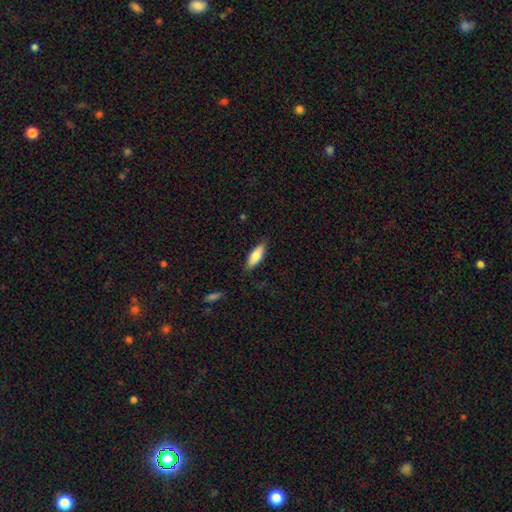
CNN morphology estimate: A smooth galaxy with no disk features (79%) that is in between round and cigar-shaped (63%). Merging: none (84%).